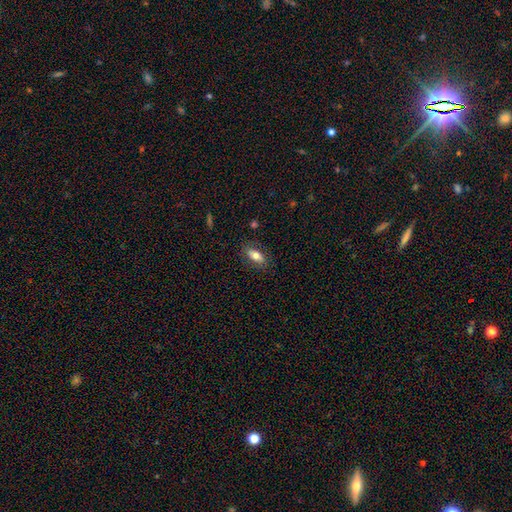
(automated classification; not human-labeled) Smooth or featured: smooth — 72% (featured or disk — 21%)
How rounded: in between — 83% (cigar-shaped — 13%)
Merging: none — 82% (minor disturbance — 13%)